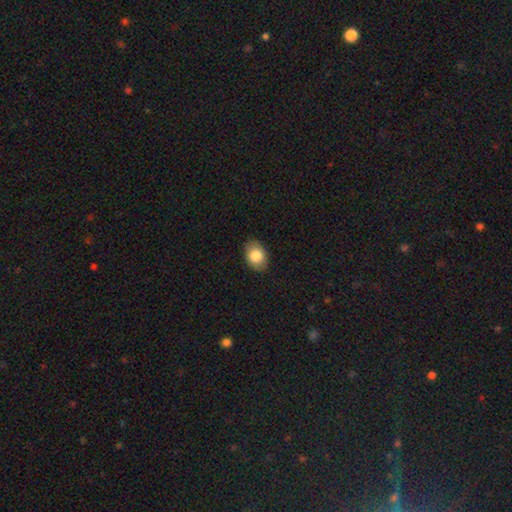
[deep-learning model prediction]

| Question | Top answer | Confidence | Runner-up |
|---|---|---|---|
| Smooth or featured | smooth | 83% | featured or disk (9%) |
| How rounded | in between | 77% | round (22%) |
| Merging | none | 86% | minor disturbance (11%) |